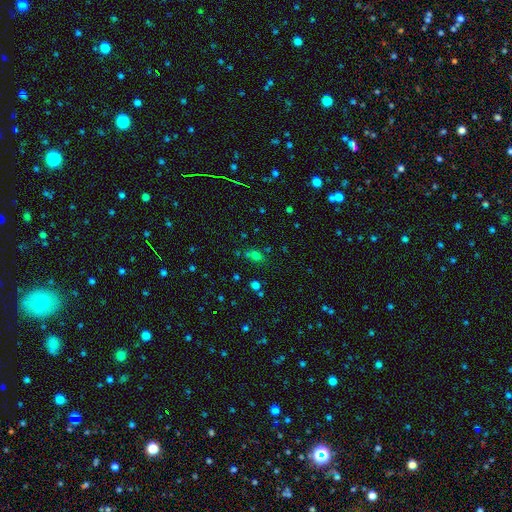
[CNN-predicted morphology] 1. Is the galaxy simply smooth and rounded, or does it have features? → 58% smooth, 32% star or artifact, 10% featured or disk.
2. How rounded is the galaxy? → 52% in between, 44% round, 4% cigar-shaped.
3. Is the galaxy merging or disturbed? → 62% none, 16% merger, 15% minor disturbance, 6% major disturbance.